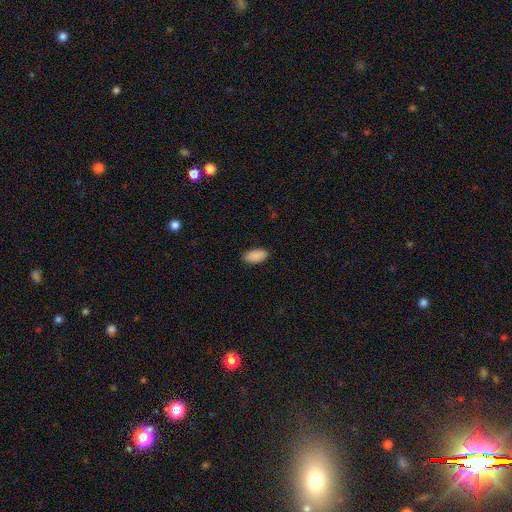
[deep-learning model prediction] A smooth galaxy with no disk features (91%) that is in between round and cigar-shaped (94%). Merging: none (89%).